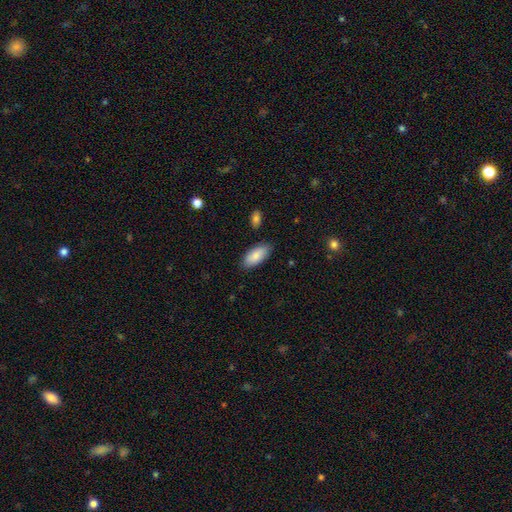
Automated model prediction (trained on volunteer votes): The model was most divided on "merging": none: 84%, minor disturbance: 11%, major disturbance: 2%, merger: 2%. More confident: how rounded — in between (89%); smooth or featured — smooth (86%).